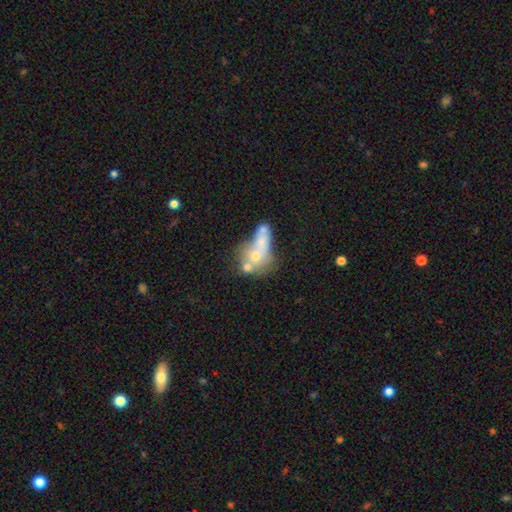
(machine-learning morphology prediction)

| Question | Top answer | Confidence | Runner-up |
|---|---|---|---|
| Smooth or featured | smooth | 46% | featured or disk (41%) |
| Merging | merger | 58% | none (19%) |